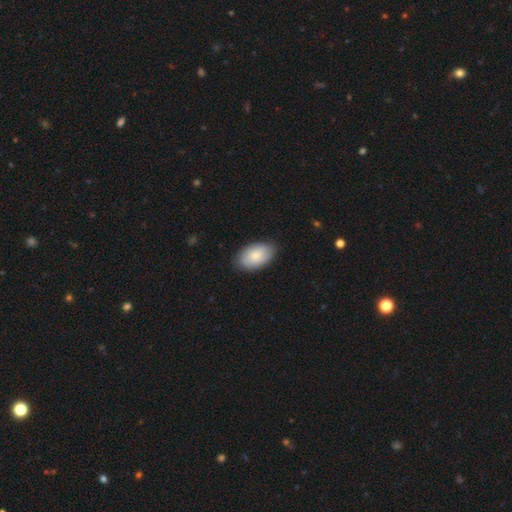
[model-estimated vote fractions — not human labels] smooth-or-featured: smooth: 74% | featured or disk: 20% | star or artifact: 6%
  how-rounded: in between: 92% | round: 7% | cigar-shaped: 1%
  merging: none: 83% | minor disturbance: 14% | major disturbance: 3% | merger: 1%